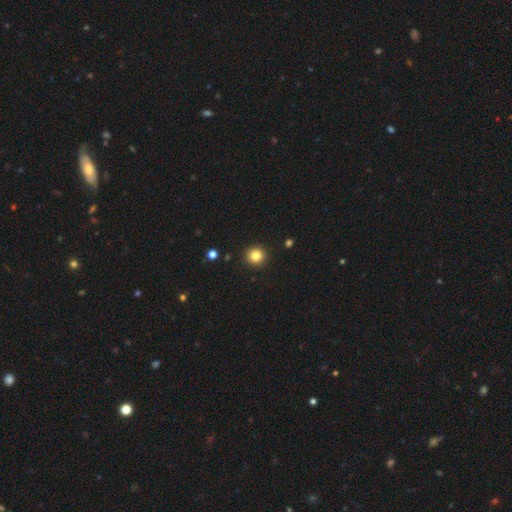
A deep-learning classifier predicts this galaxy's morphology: smooth_or_featured: smooth (p=0.83) [alt: star or artifact p=0.12]
how_rounded: round (p=0.94) [alt: in between p=0.05]
merging: none (p=0.93) [alt: minor disturbance p=0.05]